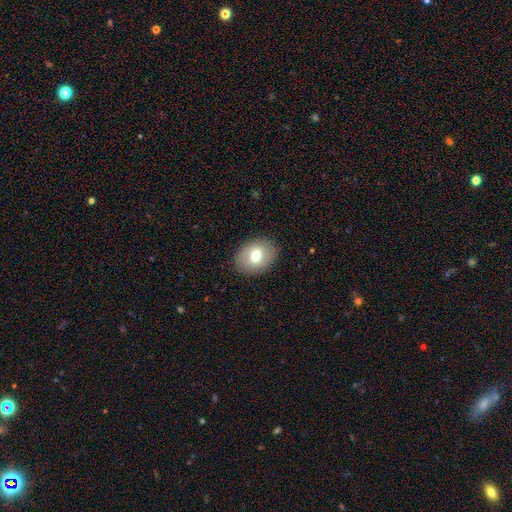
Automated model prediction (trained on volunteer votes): This appears to be a smooth galaxy with no disk features (70%) that is in between round and cigar-shaped (64%). Merging: none (88%).